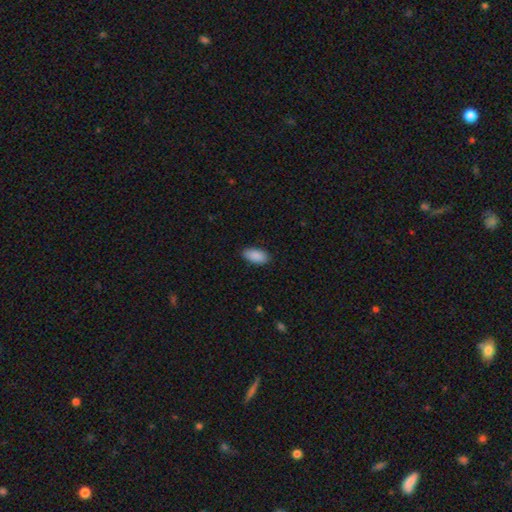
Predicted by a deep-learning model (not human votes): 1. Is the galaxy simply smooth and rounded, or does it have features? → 90% smooth, 6% star or artifact, 4% featured or disk.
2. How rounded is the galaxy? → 93% in between, 4% cigar-shaped, 2% round.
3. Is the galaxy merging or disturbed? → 88% none, 9% minor disturbance, 2% major disturbance, 1% merger.